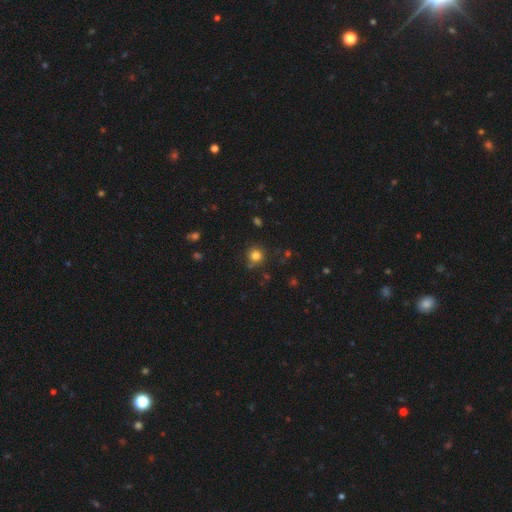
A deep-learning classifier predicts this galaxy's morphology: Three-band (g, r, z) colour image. It shows a smooth galaxy with no disk features (81%) that is round (92%). Merging: none (82%).